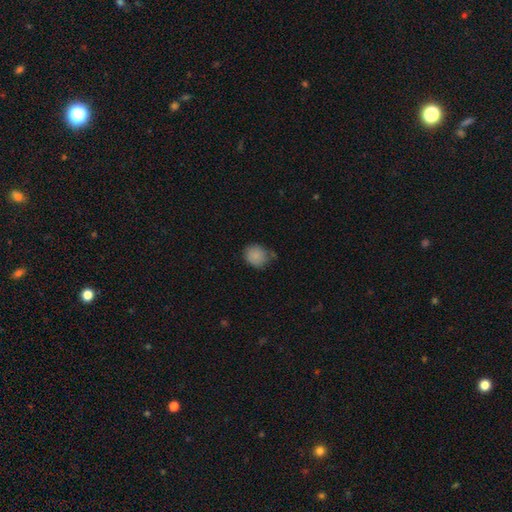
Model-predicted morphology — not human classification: type=smooth (86%); roundness=round (75%); merging=none (61%).